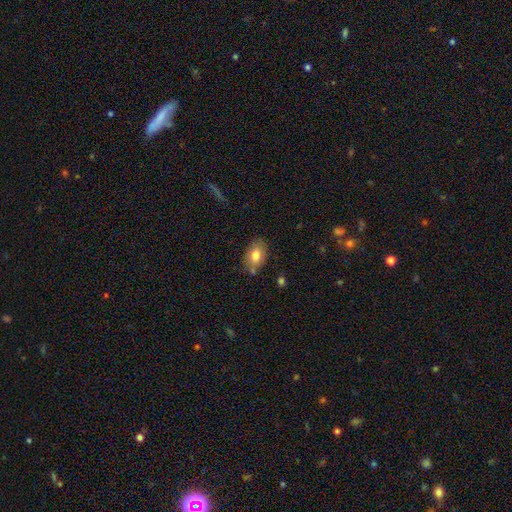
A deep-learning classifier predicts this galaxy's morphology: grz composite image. It shows a smooth galaxy with no disk features (80%) that is in between round and cigar-shaped (85%). Merging: none (74%).